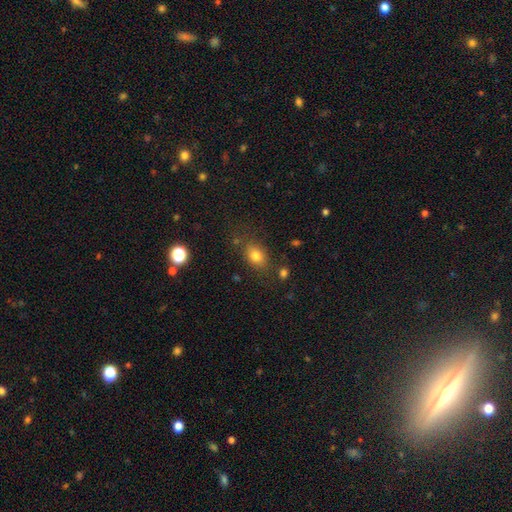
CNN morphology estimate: type=smooth (78%); roundness=in between (73%); merging=none (74%).